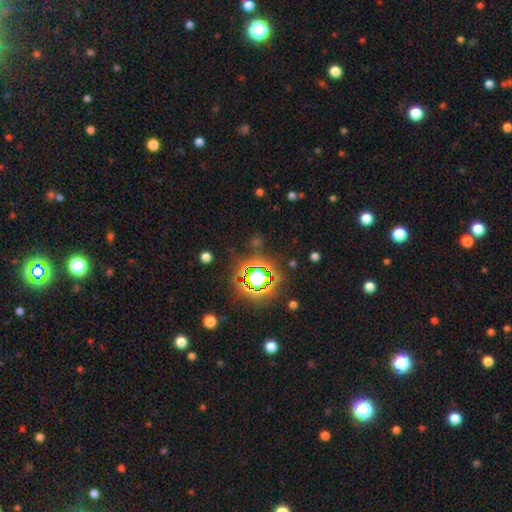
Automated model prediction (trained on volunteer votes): This appears to be a star or artifact, not a galaxy (80%).